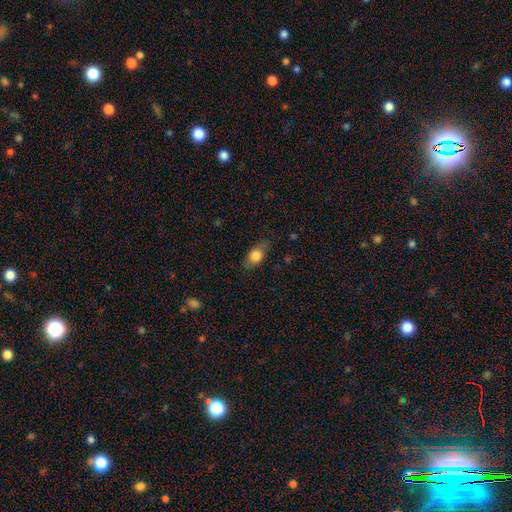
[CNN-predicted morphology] This is likely a smooth galaxy (79%). How rounded: likely in between (77%). Merging: likely none (74%).